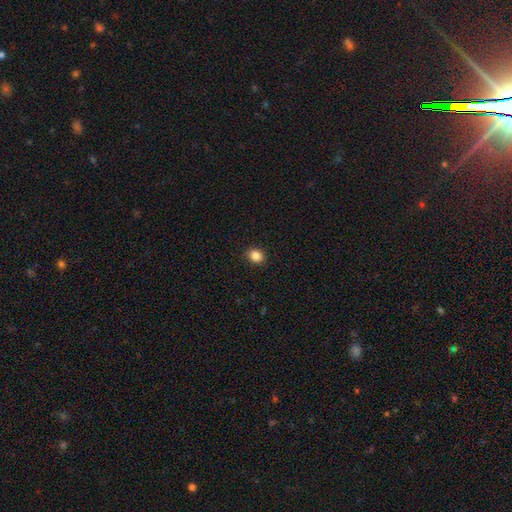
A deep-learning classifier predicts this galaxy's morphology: smooth 86%, star or artifact 10%, featured or disk 4%. Down the decision tree: how rounded — round (58%); merging — none (91%).